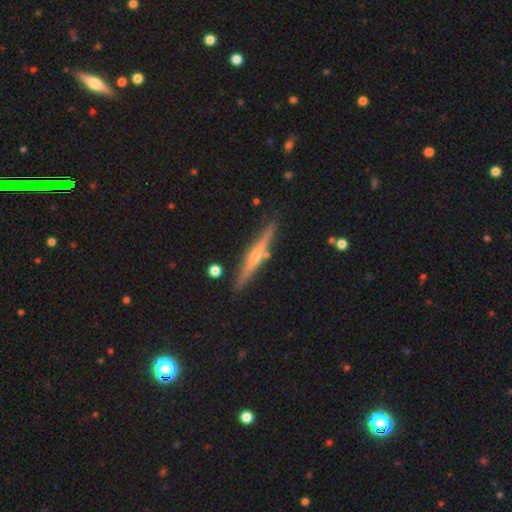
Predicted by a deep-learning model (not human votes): featured or disk 72%, smooth 22%, star or artifact 6%. Down the decision tree: edge-on disk — yes (97%); edge-on bulge — rounded (74%); merging — none (86%).